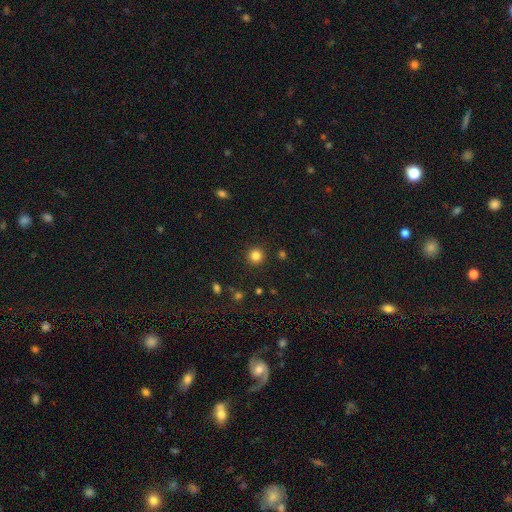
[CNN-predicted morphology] smooth_or_featured: smooth (p=0.84) [alt: star or artifact p=0.12]
how_rounded: round (p=0.94) [alt: in between p=0.05]
merging: none (p=0.91) [alt: minor disturbance p=0.05]